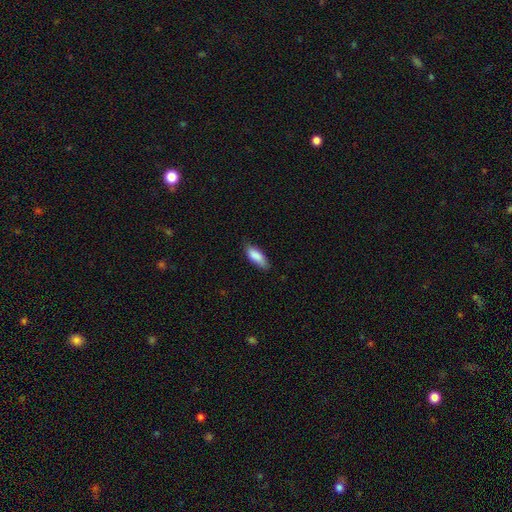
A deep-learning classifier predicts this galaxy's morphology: Smooth or featured?
  - smooth: 87% *
  - featured or disk: 7%
  - star or artifact: 6%
How rounded?
  - in between: 72% *
  - cigar-shaped: 26%
  - round: 2%
Merging?
  - none: 75% *
  - minor disturbance: 21%
  - major disturbance: 3%
  - merger: 1%